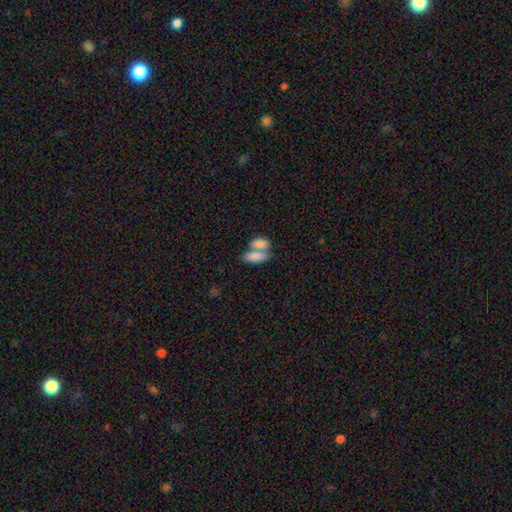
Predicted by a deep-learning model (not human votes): Morphology: type=smooth (83%); roundness=in between (89%); merging=merger (64%).